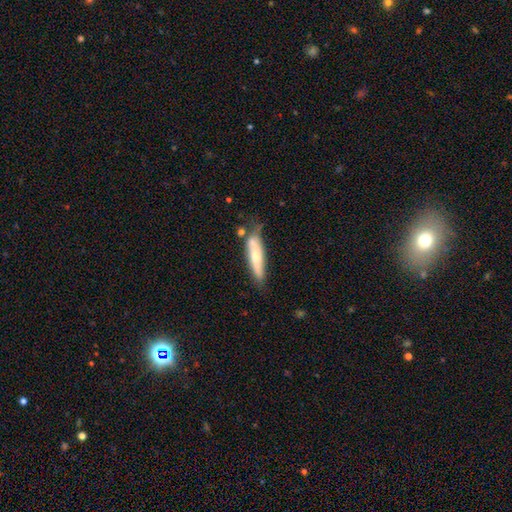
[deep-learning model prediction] Q: Smooth or featured?
A: smooth (56%); runner-up: featured or disk (38%)
Q: How rounded?
A: cigar-shaped (74%); runner-up: in between (24%)
Q: Merging?
A: none (54%); runner-up: minor disturbance (25%)